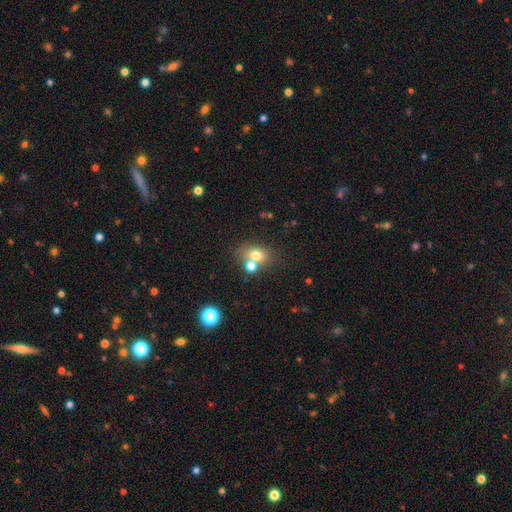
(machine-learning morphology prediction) A smooth galaxy with no disk features (72%) that is in between round and cigar-shaped (53%). Merging: none (50%).